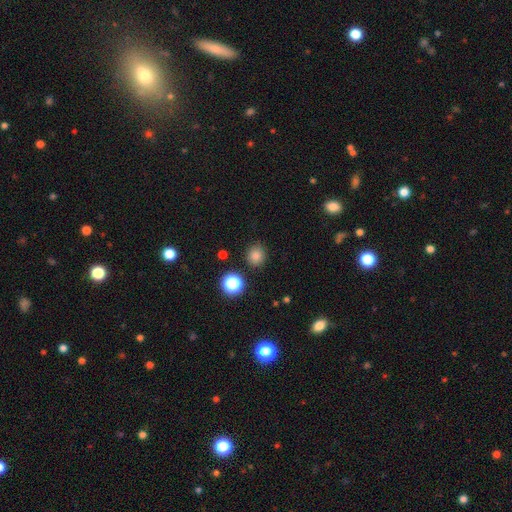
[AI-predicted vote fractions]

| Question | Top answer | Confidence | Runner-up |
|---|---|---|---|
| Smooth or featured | smooth | 80% | star or artifact (15%) |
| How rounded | round | 86% | in between (13%) |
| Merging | none | 86% | minor disturbance (9%) |